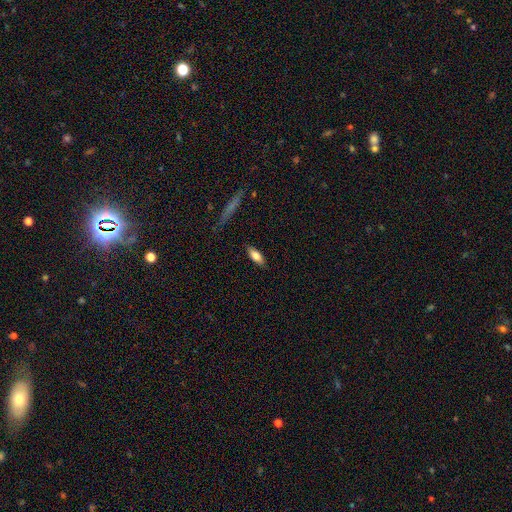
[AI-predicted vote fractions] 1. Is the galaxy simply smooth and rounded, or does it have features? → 77% smooth, 17% featured or disk, 7% star or artifact.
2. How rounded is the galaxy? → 72% in between, 25% cigar-shaped, 2% round.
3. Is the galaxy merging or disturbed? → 86% none, 10% minor disturbance, 2% major disturbance, 1% merger.